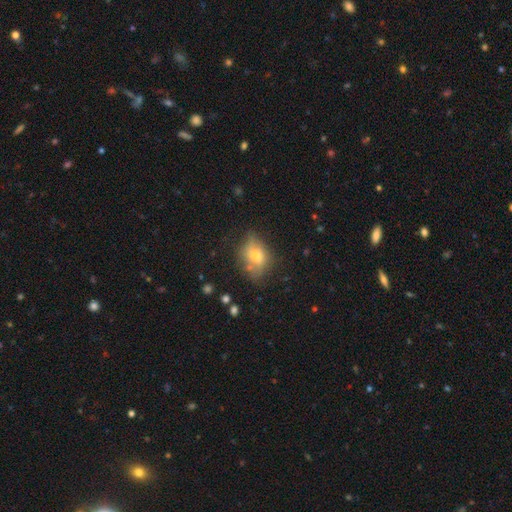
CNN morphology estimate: The model was most divided on "smooth or featured": smooth: 55%, featured or disk: 34%, star or artifact: 11%. More confident: how rounded — in between (67%); merging — none (59%).